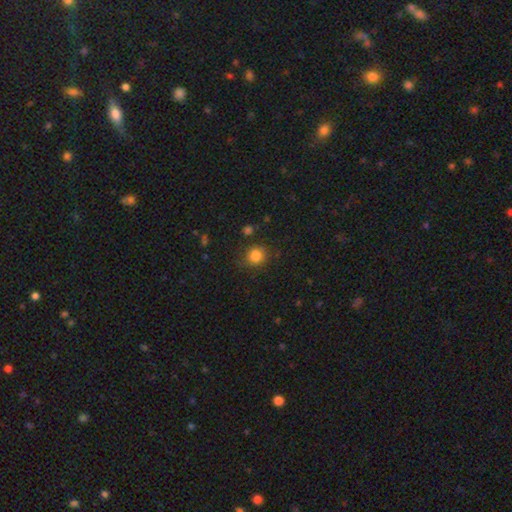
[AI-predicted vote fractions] This is clearly a smooth galaxy (84%). How rounded: clearly round (85%). Merging: clearly none (81%).